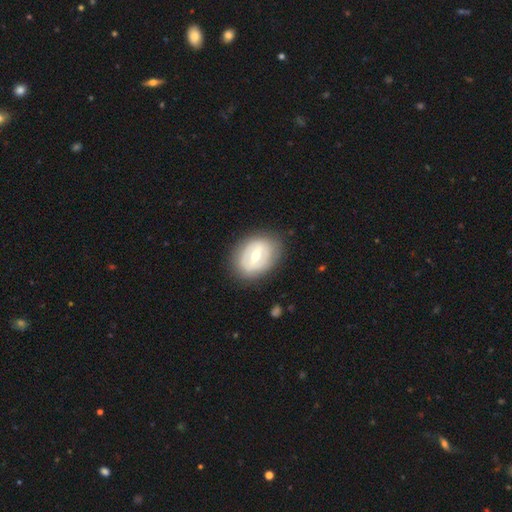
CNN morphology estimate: Overall: featured or disk (62%; smooth 32%). Edge-on disk: no (93%). Bar: strong (50%; weak 36%). Spiral arms: no (74%). Bulge size: moderate (65%; small 28%). Merging: none (81%).